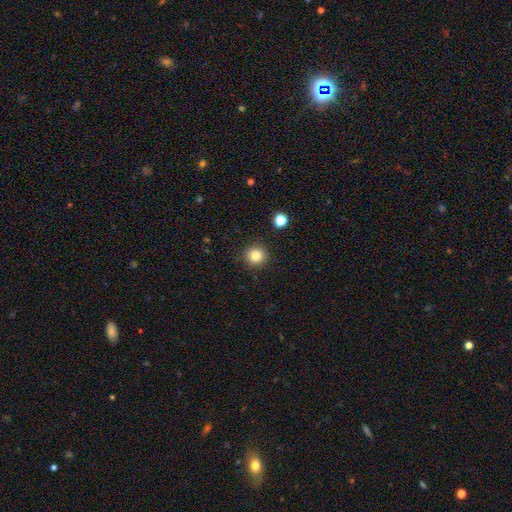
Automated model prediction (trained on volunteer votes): Overall: smooth (83%). How rounded: round (94%). Merging: none (90%).